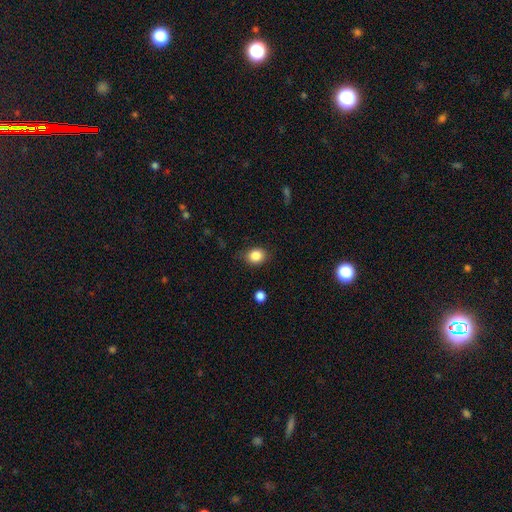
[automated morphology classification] type=smooth (85%); roundness=round (57%); merging=none (80%).